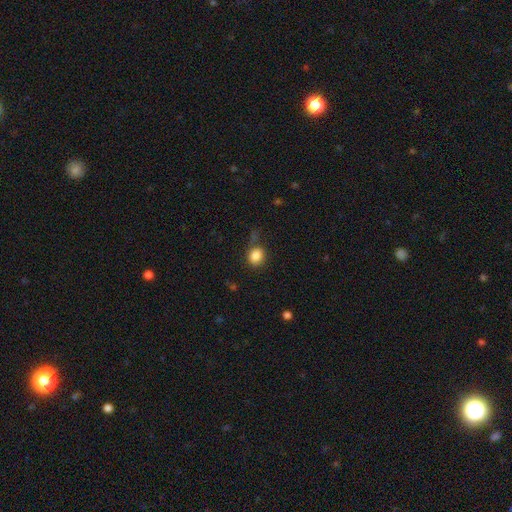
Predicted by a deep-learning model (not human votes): smooth_or_featured: smooth (p=0.85) [alt: star or artifact p=0.10]
how_rounded: round (p=0.72) [alt: in between p=0.27]
merging: none (p=0.70) [alt: minor disturbance p=0.18]